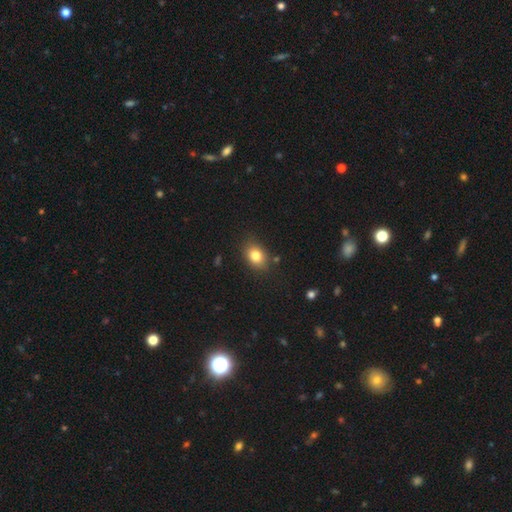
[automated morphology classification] smooth-or-featured: smooth: 81% | star or artifact: 11% | featured or disk: 8%
  how-rounded: in between: 63% | round: 36% | cigar-shaped: 1%
  merging: none: 81% | minor disturbance: 13% | major disturbance: 3% | merger: 2%